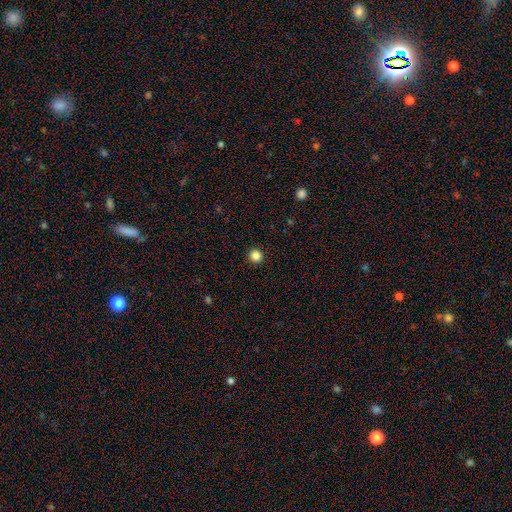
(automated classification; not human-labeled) Morphology: type=smooth (86%); roundness=round (95%); merging=none (94%).